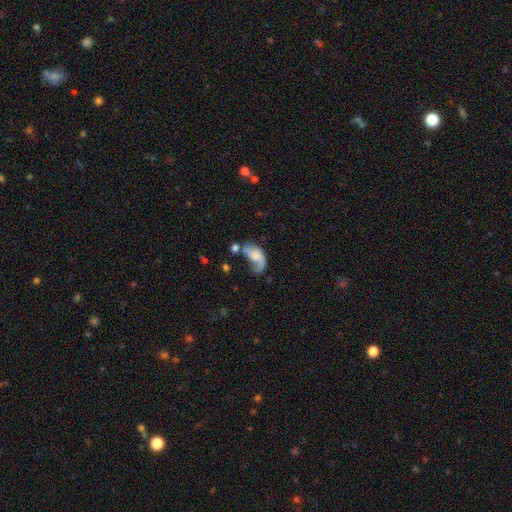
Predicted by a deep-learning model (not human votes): smooth_or_featured: featured or disk (p=0.52) [alt: smooth p=0.39]
disk_edge_on: no (p=0.96) [alt: yes p=0.04]
merging: major disturbance (p=0.36) [alt: none p=0.25]